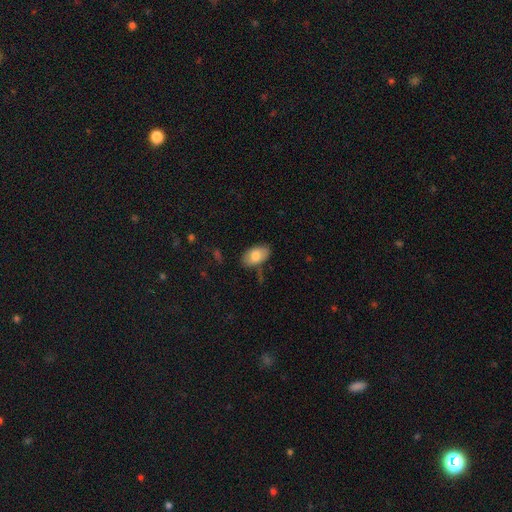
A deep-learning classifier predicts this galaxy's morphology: Smooth or featured: smooth — 78% (featured or disk — 16%)
How rounded: in between — 93% (round — 6%)
Merging: none — 74% (minor disturbance — 19%)